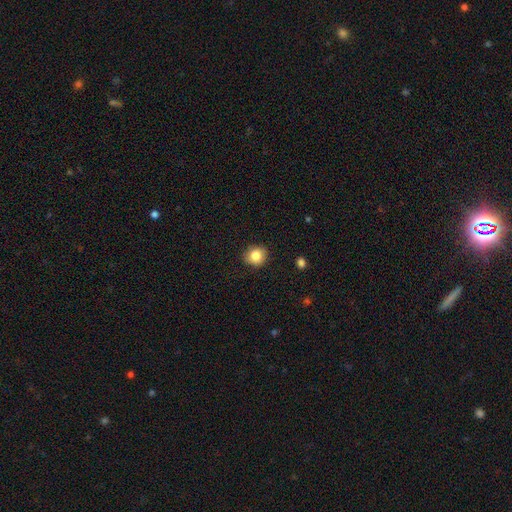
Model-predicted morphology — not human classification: Q: Smooth or featured?
A: smooth (84%); runner-up: star or artifact (9%)
Q: How rounded?
A: round (83%); runner-up: in between (16%)
Q: Merging?
A: none (88%); runner-up: minor disturbance (9%)